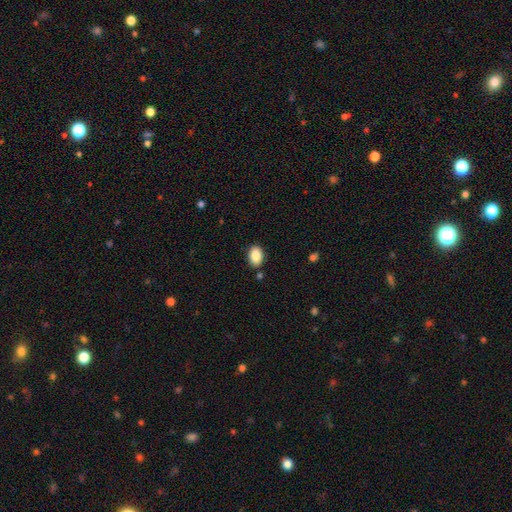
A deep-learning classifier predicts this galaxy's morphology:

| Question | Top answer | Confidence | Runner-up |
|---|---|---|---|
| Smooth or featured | smooth | 88% | star or artifact (8%) |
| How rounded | in between | 85% | round (14%) |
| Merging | none | 85% | minor disturbance (10%) |